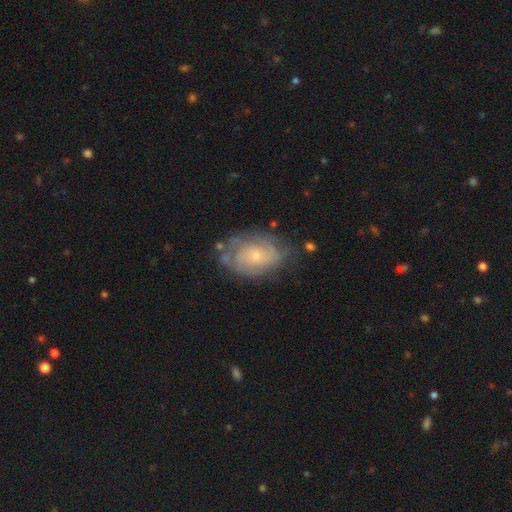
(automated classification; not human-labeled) Smooth or featured?
  - featured or disk: 70% *
  - smooth: 23%
  - star or artifact: 7%
Edge-on disk?
  - no: 96% *
  - yes: 4%
Bar?
  - no: 78% *
  - weak: 19%
  - strong: 3%
Spiral arms?
  - yes: 82% *
  - no: 18%
Spiral winding?
  - tight: 60% *
  - medium: 30%
  - loose: 11%
Spiral arm count?
  - can't tell: 48% *
  - 2: 27%
  - 3: 11%
  - 4: 6%
  - 1: 5%
  - more than 4: 4%
Bulge size?
  - small: 72% *
  - moderate: 24%
  - none: 2%
  - large: 1%
  - dominant: 1%
Merging?
  - none: 63% *
  - minor disturbance: 24%
  - major disturbance: 10%
  - merger: 3%